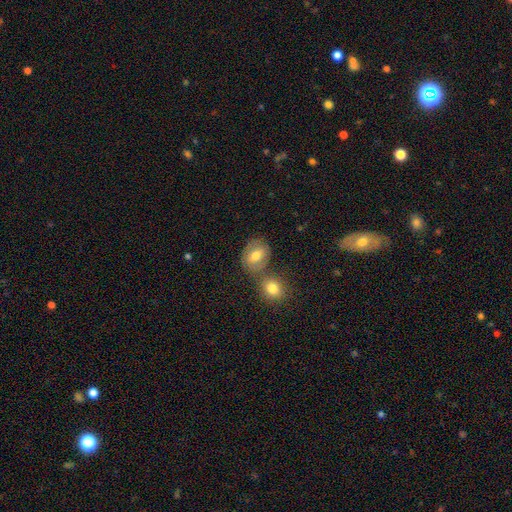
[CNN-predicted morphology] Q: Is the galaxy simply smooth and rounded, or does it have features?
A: smooth — 72%.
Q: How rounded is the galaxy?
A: in between — 51%.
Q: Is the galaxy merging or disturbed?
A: none — 56%.